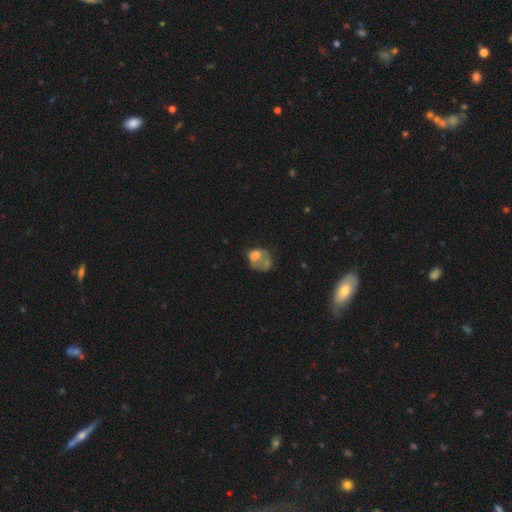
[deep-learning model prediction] Morphology: type=smooth (56%); roundness=in between (53%); merging=major disturbance (37%).